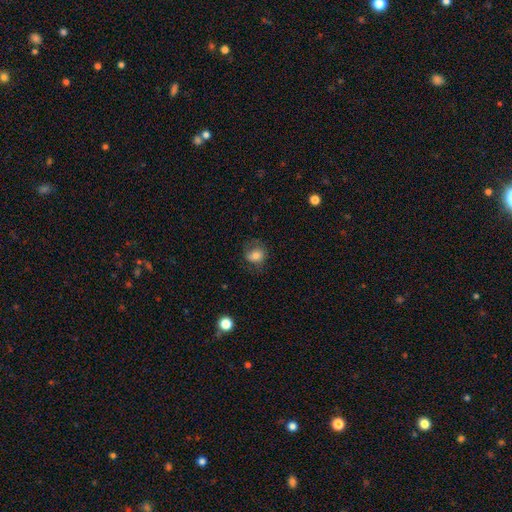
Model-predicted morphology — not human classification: Q: Smooth or featured?
A: smooth (74%); runner-up: featured or disk (16%)
Q: How rounded?
A: round (60%); runner-up: in between (39%)
Q: Merging?
A: none (66%); runner-up: minor disturbance (21%)